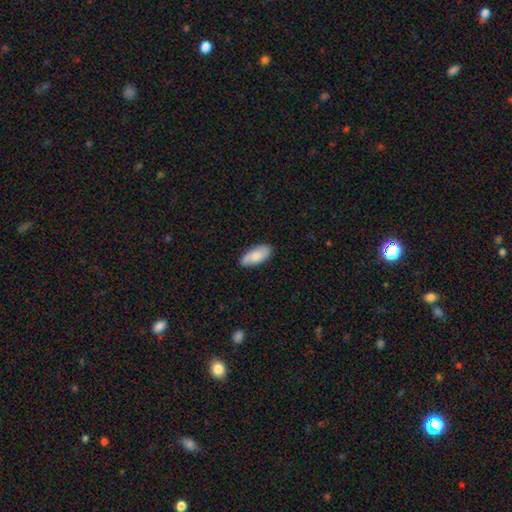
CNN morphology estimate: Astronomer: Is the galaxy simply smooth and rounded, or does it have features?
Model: smooth — 71%.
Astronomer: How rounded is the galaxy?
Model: in between — 89%.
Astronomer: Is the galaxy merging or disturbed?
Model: none — 81%.